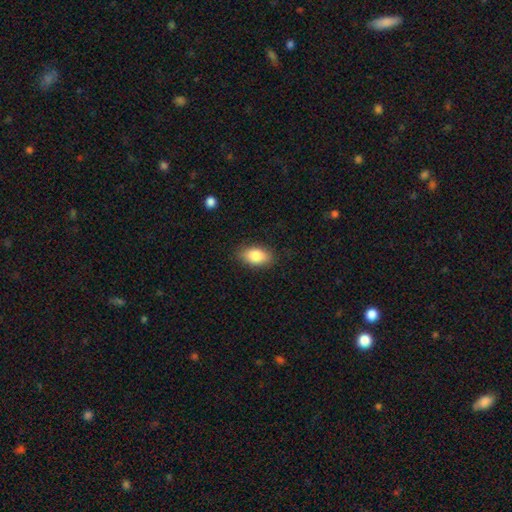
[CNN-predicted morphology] Smooth or featured? Predicted: smooth (p=0.85). How rounded? Predicted: in between (p=0.90). Merging? Predicted: none (p=0.86).